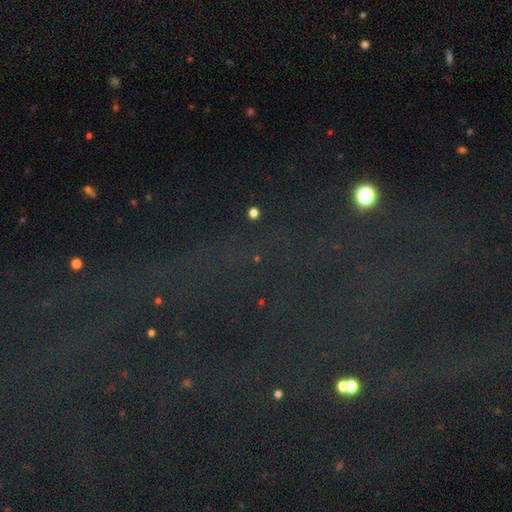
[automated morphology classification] Smooth or featured? Predicted: star or artifact (p=0.79).